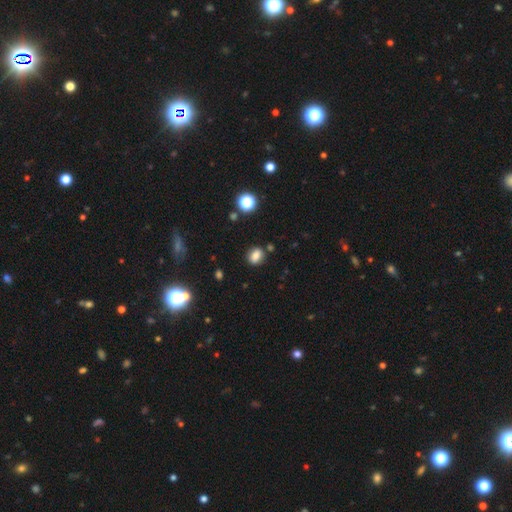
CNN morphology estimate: This appears to be a smooth galaxy with no disk features (81%) that is in between round and cigar-shaped (53%). Merging: none (81%).